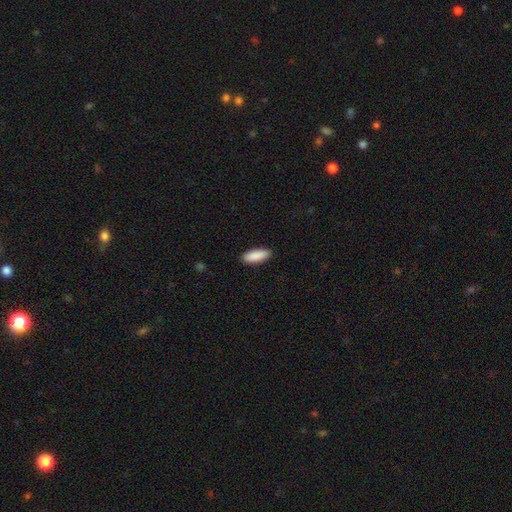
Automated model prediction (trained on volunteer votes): Smooth or featured? Predicted: smooth (p=0.91). How rounded? Predicted: in between (p=0.69). Merging? Predicted: none (p=0.90).